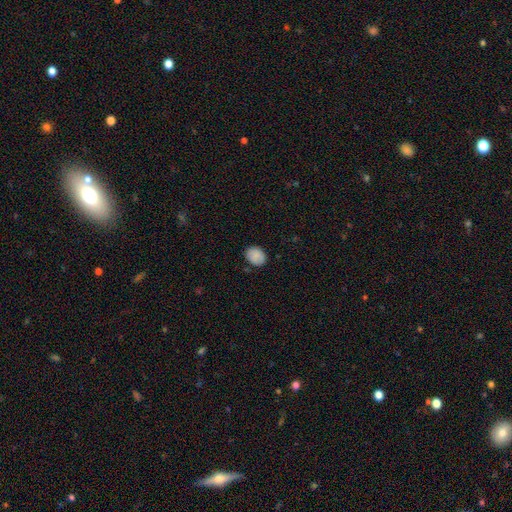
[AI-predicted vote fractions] A smooth galaxy with no disk features (85%) that is in between round and cigar-shaped (51%).

Vote fractions:
- Smooth or featured? smooth: 85% / star or artifact: 8% / featured or disk: 7%
- How rounded? in between: 51% / round: 48% / cigar-shaped: 1%
- Merging? none: 82% / minor disturbance: 14% / major disturbance: 3% / merger: 1%